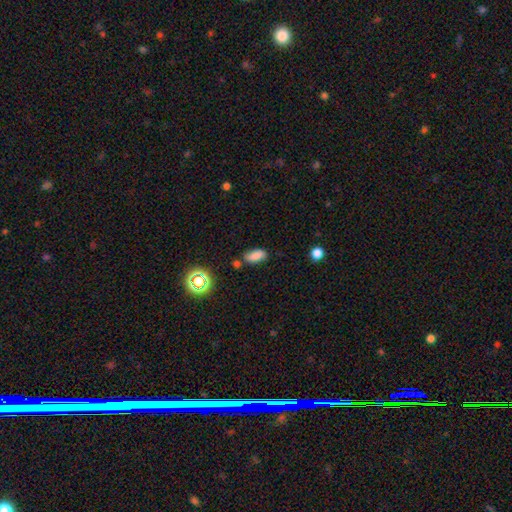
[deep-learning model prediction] This appears to be a smooth galaxy with no disk features (78%) that is in between round and cigar-shaped (86%). Merging: none (71%).